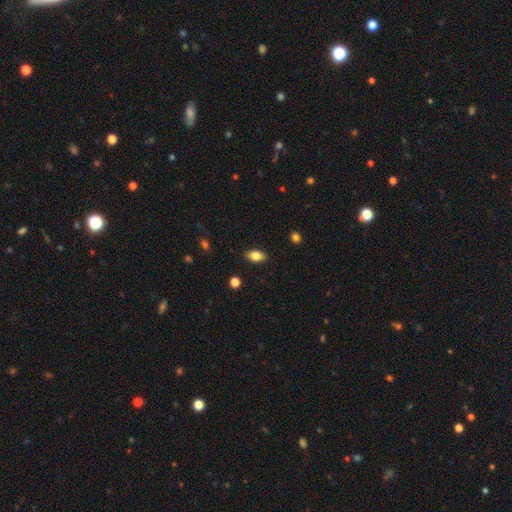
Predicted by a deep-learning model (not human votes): This is clearly a smooth galaxy (81%). How rounded: clearly in between (88%). Merging: clearly none (87%).